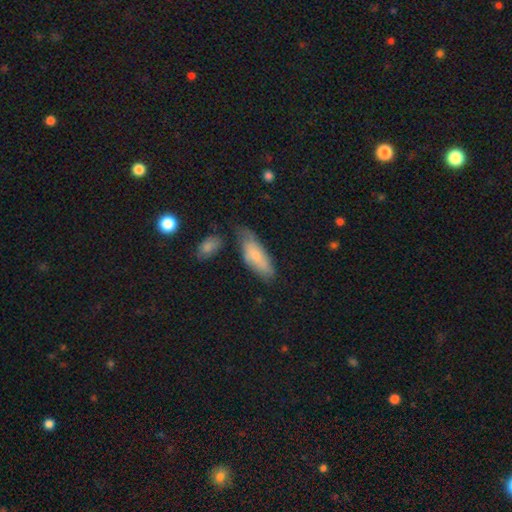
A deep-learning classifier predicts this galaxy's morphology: This is likely a smooth galaxy (72%). How rounded: likely in between (70%). Merging: possibly none (50%).